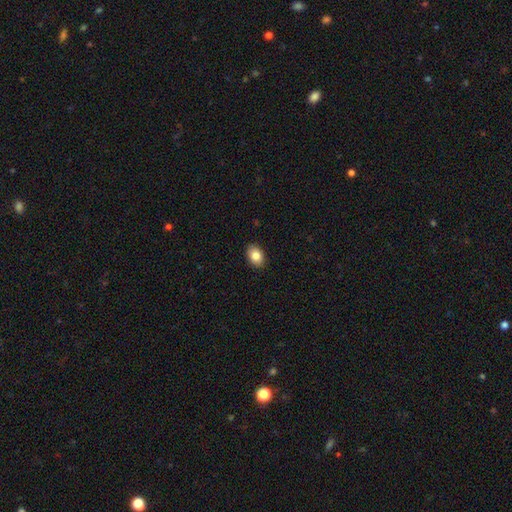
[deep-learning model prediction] Smooth or featured?
  - smooth: 84% *
  - star or artifact: 8%
  - featured or disk: 8%
How rounded?
  - in between: 81% *
  - round: 18%
  - cigar-shaped: 1%
Merging?
  - none: 90% *
  - minor disturbance: 8%
  - major disturbance: 2%
  - merger: 1%